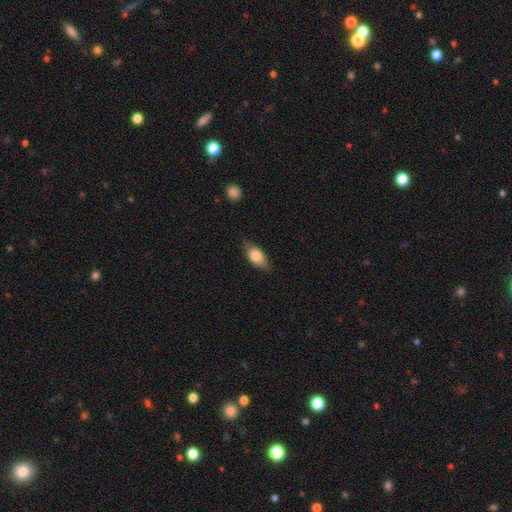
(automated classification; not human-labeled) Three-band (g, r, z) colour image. It shows a smooth galaxy with no disk features (78%) that is in between round and cigar-shaped (84%). Merging: none (77%).